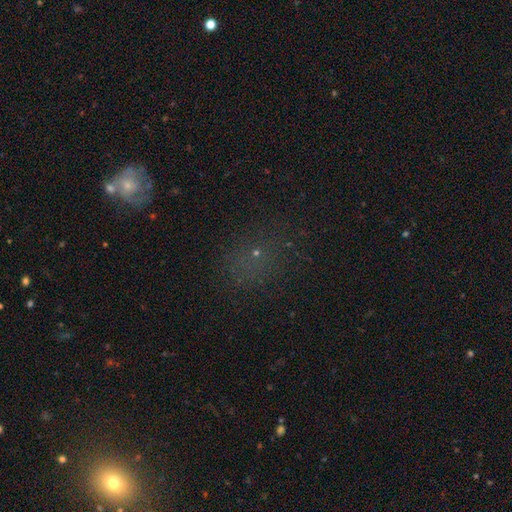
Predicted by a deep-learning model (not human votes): The model was most divided on "smooth or featured": smooth: 41%, star or artifact: 39%, featured or disk: 20%. More confident: merging — none (66%).